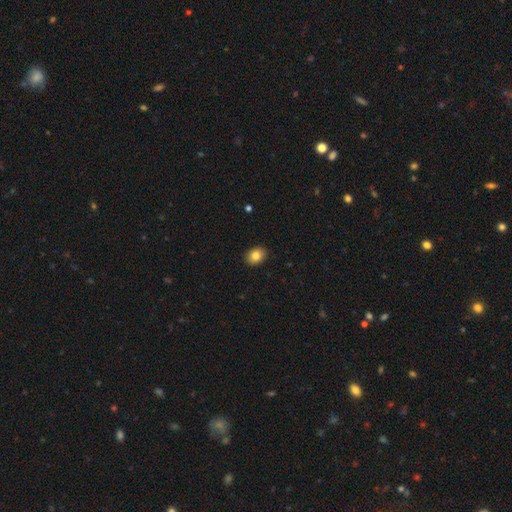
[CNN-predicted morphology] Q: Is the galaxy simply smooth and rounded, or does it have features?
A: smooth — 83%.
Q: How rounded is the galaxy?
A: in between — 67%.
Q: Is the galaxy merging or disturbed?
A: none — 91%.